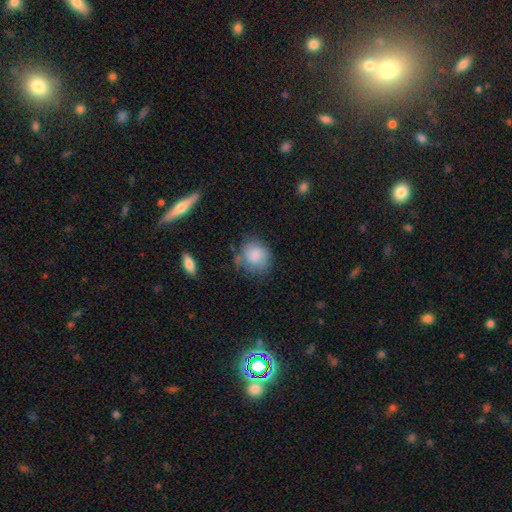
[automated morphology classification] Smooth or featured?
  - smooth: 73% *
  - featured or disk: 19%
  - star or artifact: 8%
How rounded?
  - round: 75% *
  - in between: 24%
  - cigar-shaped: 1%
Merging?
  - none: 60% *
  - minor disturbance: 25%
  - major disturbance: 10%
  - merger: 4%